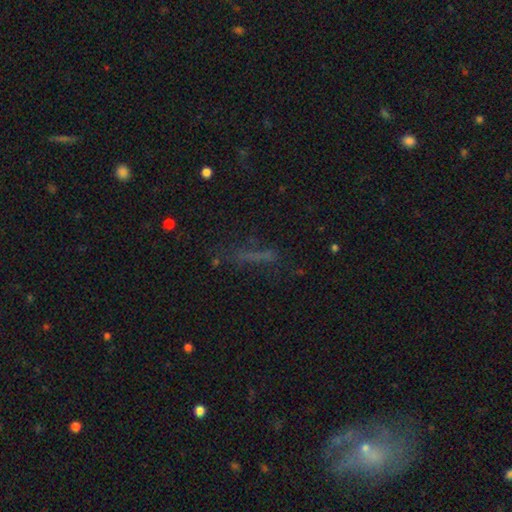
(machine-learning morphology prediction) Q: Smooth or featured?
A: smooth (44%); runner-up: star or artifact (30%)
Q: Merging?
A: none (67%); runner-up: minor disturbance (17%)